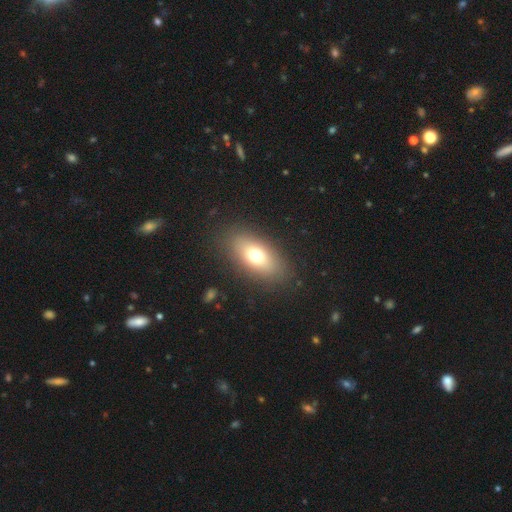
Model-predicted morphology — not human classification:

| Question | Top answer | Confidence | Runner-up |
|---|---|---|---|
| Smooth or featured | smooth | 72% | featured or disk (19%) |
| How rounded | in between | 86% | cigar-shaped (9%) |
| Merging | none | 85% | minor disturbance (10%) |